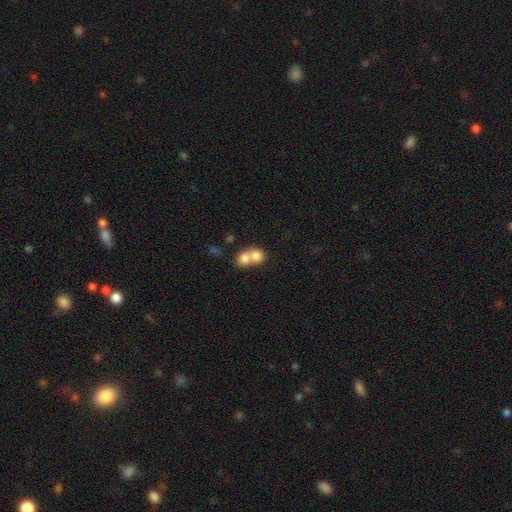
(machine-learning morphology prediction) smooth_or_featured: smooth (p=0.78) [alt: featured or disk p=0.14]
how_rounded: round (p=0.70) [alt: in between p=0.29]
merging: merger (p=0.71) [alt: none p=0.22]